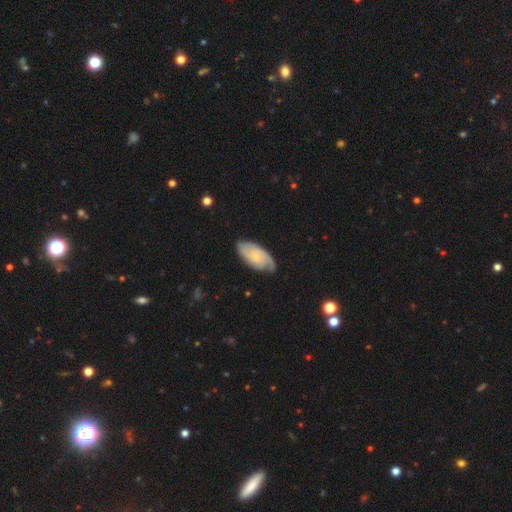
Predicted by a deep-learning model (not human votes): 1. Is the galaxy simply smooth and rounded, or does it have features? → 65% featured or disk, 29% smooth, 5% star or artifact.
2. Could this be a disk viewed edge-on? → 93% no, 7% yes.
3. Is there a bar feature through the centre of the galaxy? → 73% no, 23% weak, 3% strong.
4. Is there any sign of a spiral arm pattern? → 92% yes, 8% no.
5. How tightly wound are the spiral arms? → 50% tight, 36% medium, 14% loose.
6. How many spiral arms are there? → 48% 2, 27% can't tell, 11% 3, 8% 1, 3% 4, 3% more than 4.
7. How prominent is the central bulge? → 73% small, 18% moderate, 6% none, 1% large, 1% dominant.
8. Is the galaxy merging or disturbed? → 73% none, 21% minor disturbance, 5% major disturbance, 1% merger.